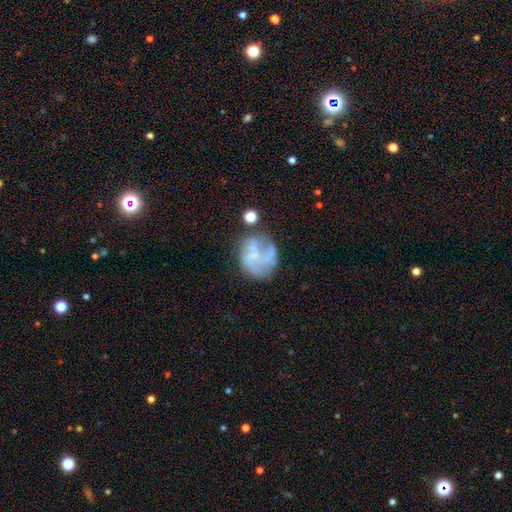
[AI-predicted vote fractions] Overall: featured or disk (62%; smooth 27%). Edge-on disk: no (98%). Bar: no (68%). Spiral arms: yes (59%; no 41%). Bulge size: small (42%; none 41%). Merging: none (47%; major disturbance 23%).